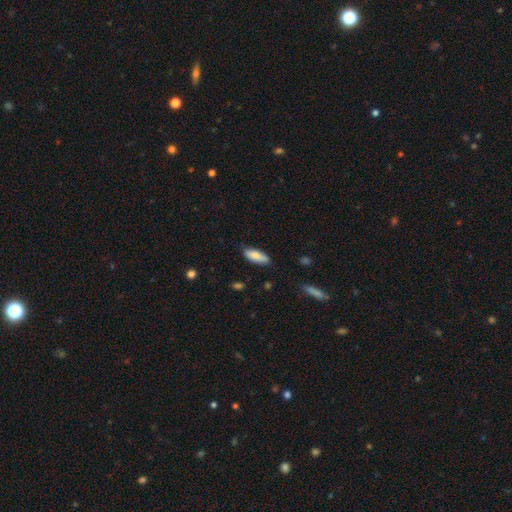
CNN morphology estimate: A smooth galaxy with no disk features (83%) that is in between round and cigar-shaped (74%). Merging: none (82%).